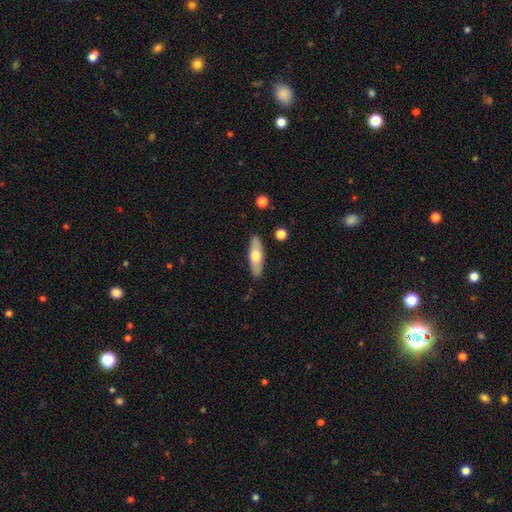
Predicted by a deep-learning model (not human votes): This is possibly a smooth galaxy (58%). How rounded: possibly in between (52%). Merging: clearly none (88%).